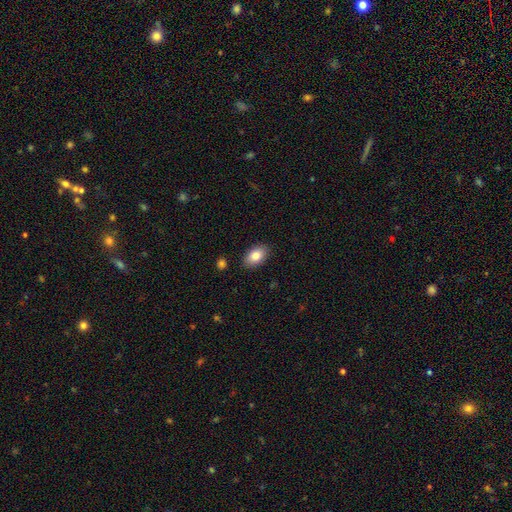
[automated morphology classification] Smooth or featured: smooth — 83% (featured or disk — 10%)
How rounded: in between — 92% (round — 7%)
Merging: none — 88% (minor disturbance — 9%)